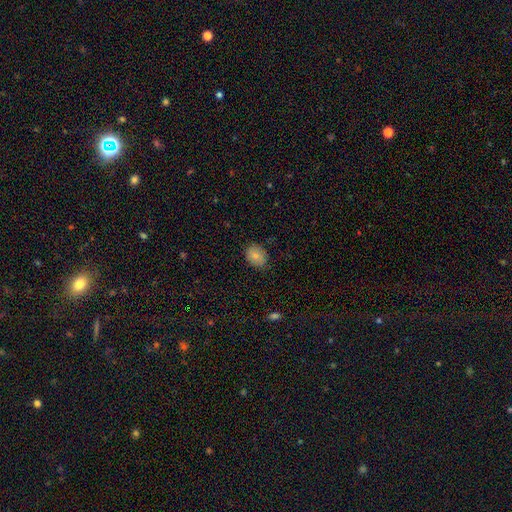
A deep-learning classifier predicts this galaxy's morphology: smooth_or_featured: smooth (p=0.81) [alt: featured or disk p=0.10]
how_rounded: in between (p=0.56) [alt: round p=0.43]
merging: none (p=0.78) [alt: minor disturbance p=0.18]